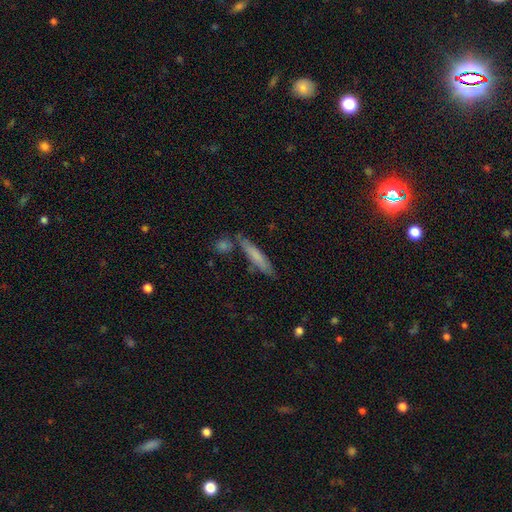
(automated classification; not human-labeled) smooth-or-featured: smooth: 67% | featured or disk: 26% | star or artifact: 7%
  how-rounded: cigar-shaped: 90% | in between: 8% | round: 2%
  merging: none: 78% | minor disturbance: 13% | merger: 6% | major disturbance: 3%